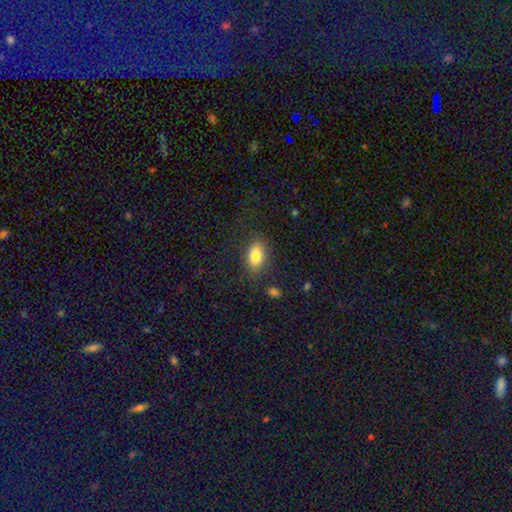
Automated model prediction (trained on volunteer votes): This is clearly a smooth galaxy (82%). How rounded: clearly in between (88%). Merging: clearly none (83%).